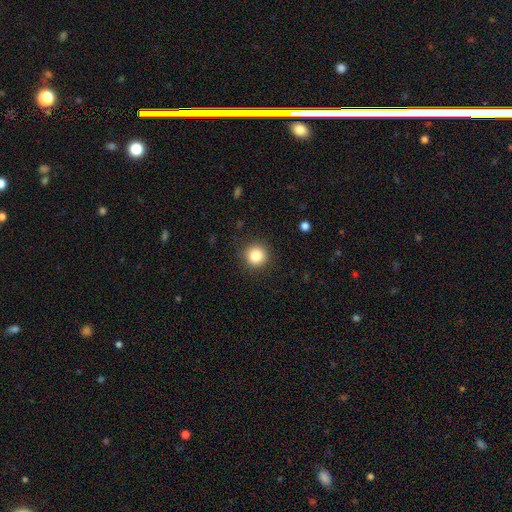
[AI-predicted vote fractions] Smooth or featured? Predicted: smooth (p=0.85). How rounded? Predicted: round (p=0.95). Merging? Predicted: none (p=0.90).